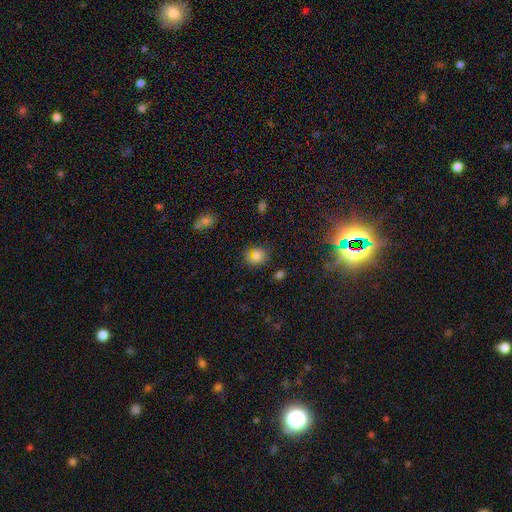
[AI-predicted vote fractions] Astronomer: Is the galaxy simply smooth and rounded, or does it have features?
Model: smooth — 69%.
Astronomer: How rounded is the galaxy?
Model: round — 71%.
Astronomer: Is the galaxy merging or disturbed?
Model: none — 74%.